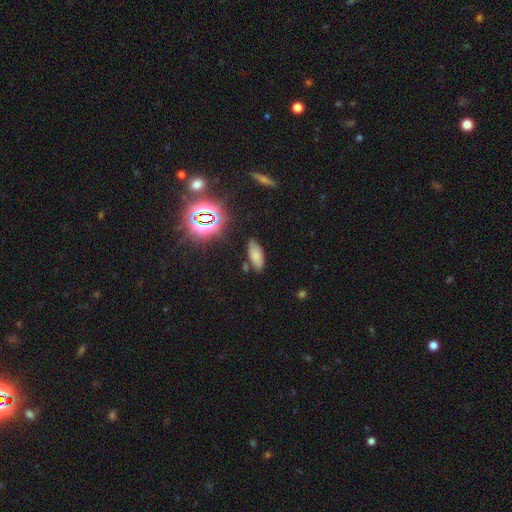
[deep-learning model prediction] A smooth galaxy with no disk features (71%) that is in between round and cigar-shaped (84%). Merging: none (79%).